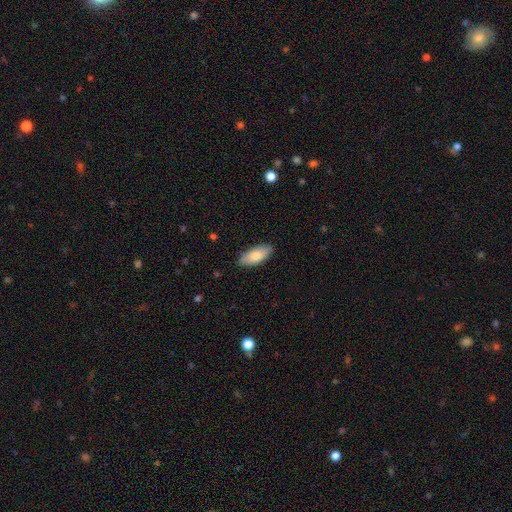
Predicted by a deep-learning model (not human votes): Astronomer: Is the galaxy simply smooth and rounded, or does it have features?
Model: smooth — 81%.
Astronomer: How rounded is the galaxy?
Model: in between — 85%.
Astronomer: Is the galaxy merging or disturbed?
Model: none — 87%.